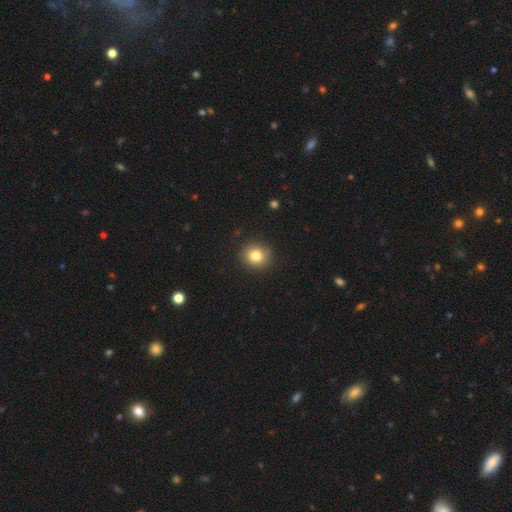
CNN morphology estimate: The model was most divided on "smooth or featured": smooth: 82%, star or artifact: 11%, featured or disk: 8%. More confident: merging — none (90%); how rounded — round (86%).